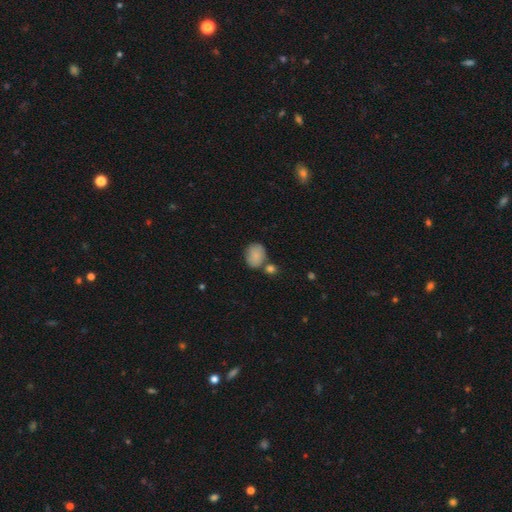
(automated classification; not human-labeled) Overall: smooth (84%). How rounded: in between (57%; round 42%). Merging: none (57%; merger 21%).